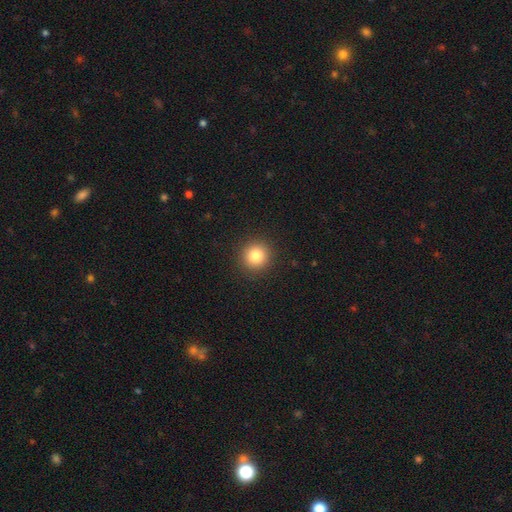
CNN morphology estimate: type=smooth (83%); roundness=round (94%); merging=none (92%).